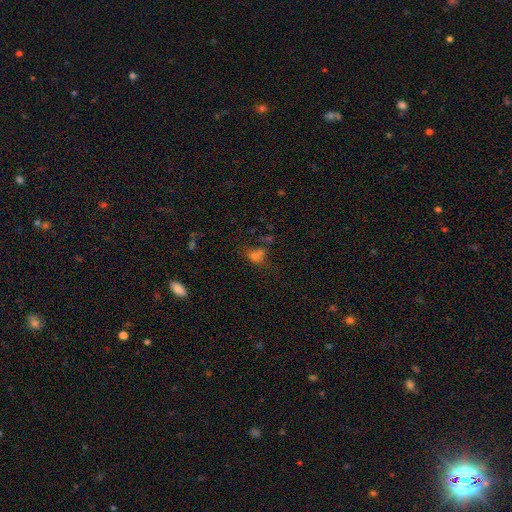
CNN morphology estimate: This appears to be a smooth galaxy with no disk features (60%) that is in between round and cigar-shaped (52%). Merging: none (48%).